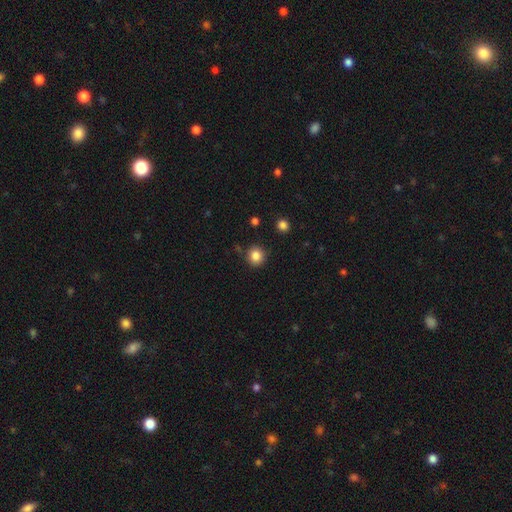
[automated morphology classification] type=smooth (85%); roundness=round (91%); merging=none (87%).